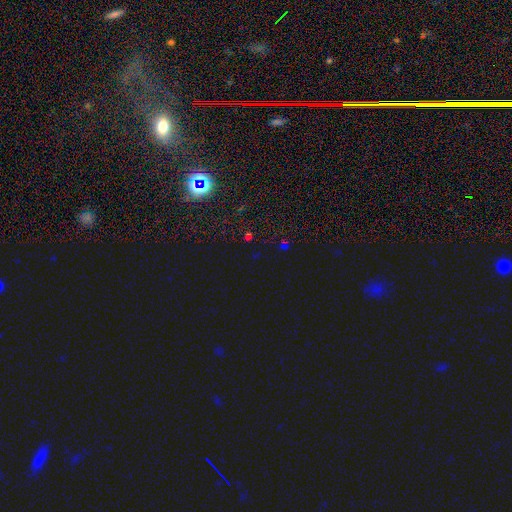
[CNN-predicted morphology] A star or artifact, not a galaxy (67%).